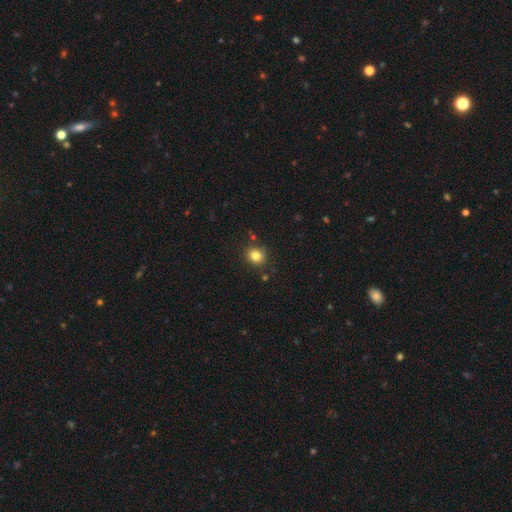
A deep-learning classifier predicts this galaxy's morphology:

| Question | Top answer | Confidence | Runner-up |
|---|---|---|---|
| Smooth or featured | smooth | 82% | star or artifact (12%) |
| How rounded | round | 82% | in between (17%) |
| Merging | none | 85% | minor disturbance (9%) |